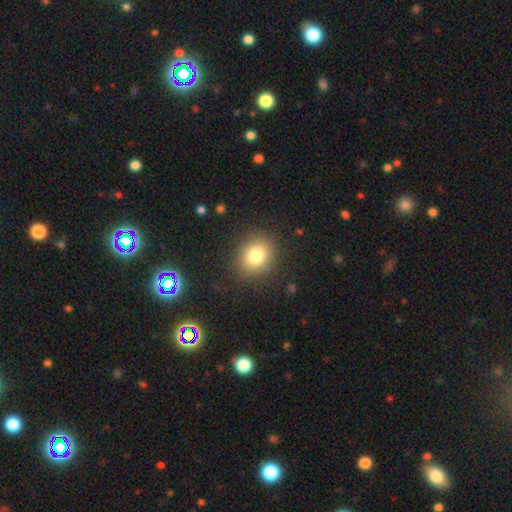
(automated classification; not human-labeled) Overall: smooth (79%). How rounded: round (65%; in between 34%). Merging: none (86%).